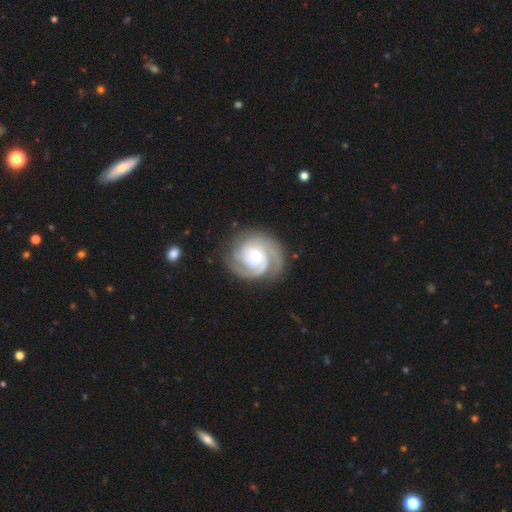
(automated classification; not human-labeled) Smooth or featured? Predicted: featured or disk (p=0.90). Edge-on disk? Predicted: no (p=0.98). Bar? Predicted: no (p=0.60). Spiral arms? Predicted: yes (p=0.98). Spiral winding? Predicted: tight (p=0.65). Spiral arm count? Predicted: 3 (p=0.38). Bulge size? Predicted: small (p=0.54). Merging? Predicted: none (p=0.78).